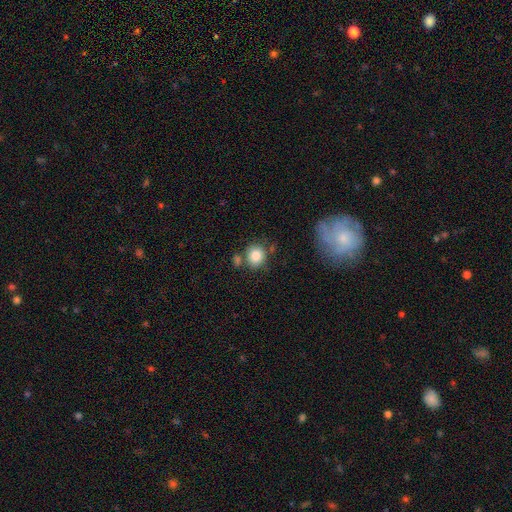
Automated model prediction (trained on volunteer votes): Smooth or featured? smooth (84%)
How rounded? round (79%)
Merging? none (67%)